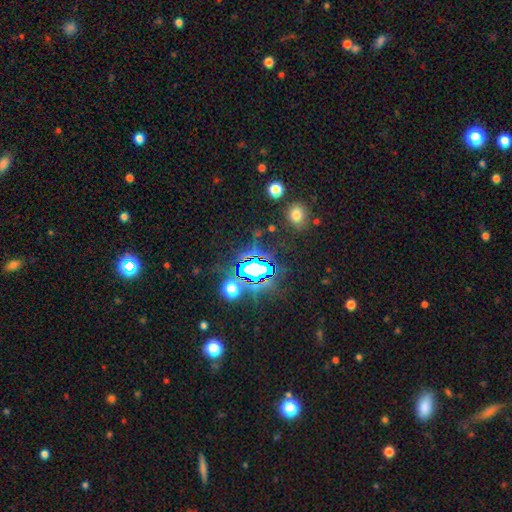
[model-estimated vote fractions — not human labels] star or artifact 81%, smooth 11%, featured or disk 8%.